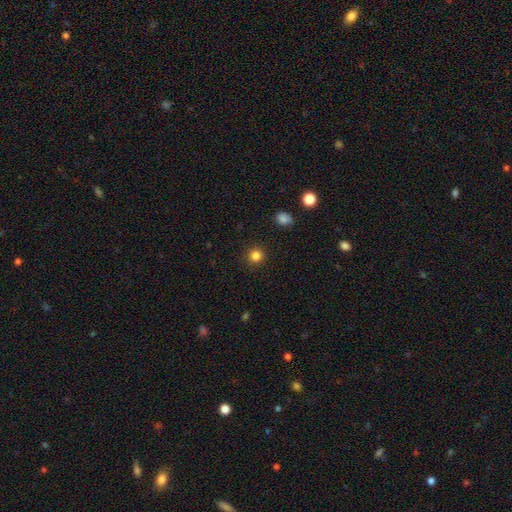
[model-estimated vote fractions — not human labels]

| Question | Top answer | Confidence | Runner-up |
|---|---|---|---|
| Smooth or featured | smooth | 83% | star or artifact (13%) |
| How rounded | round | 93% | in between (6%) |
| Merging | none | 91% | minor disturbance (5%) |